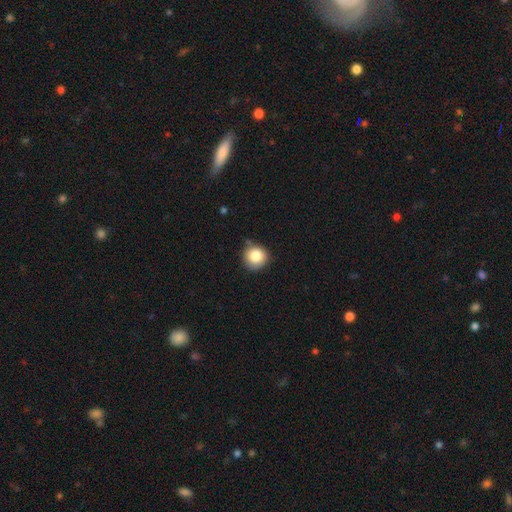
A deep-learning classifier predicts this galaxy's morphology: A smooth galaxy with no disk features (84%) that is round (92%). Merging: none (76%).